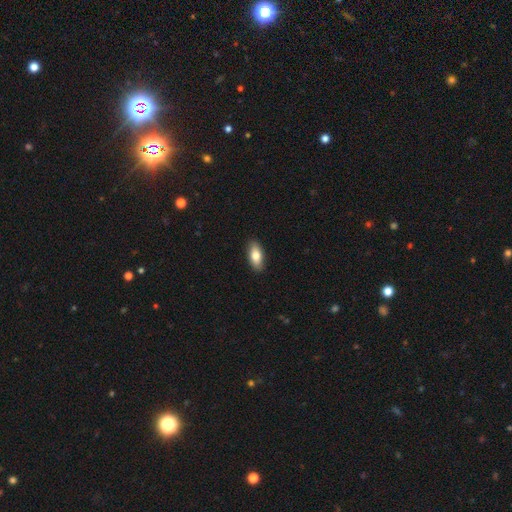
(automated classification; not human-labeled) This is likely a smooth galaxy (79%). How rounded: clearly in between (87%). Merging: clearly none (89%).